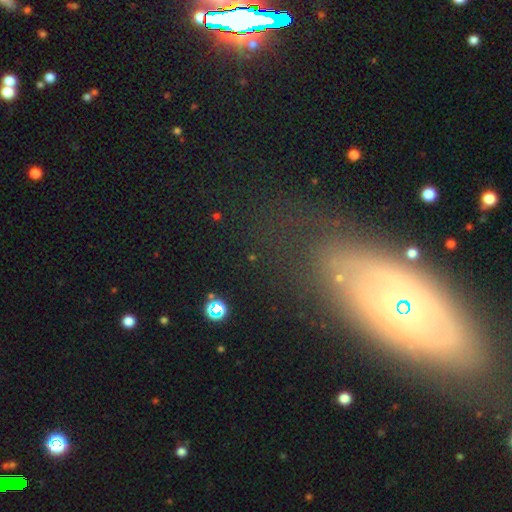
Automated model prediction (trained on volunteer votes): Smooth or featured? featured or disk (50%)
Merging? none (68%)